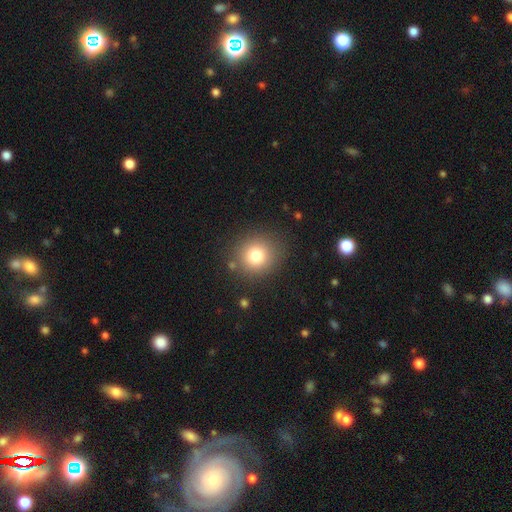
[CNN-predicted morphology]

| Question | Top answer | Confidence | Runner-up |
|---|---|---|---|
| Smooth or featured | smooth | 78% | star or artifact (13%) |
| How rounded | round | 88% | in between (11%) |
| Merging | none | 85% | minor disturbance (8%) |